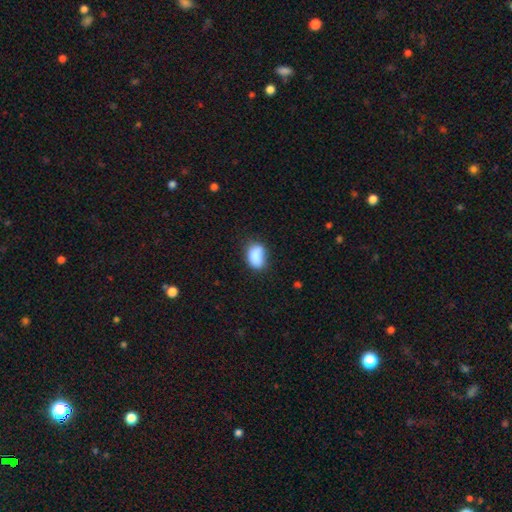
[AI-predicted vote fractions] This appears to be a smooth galaxy with no disk features (86%) that is in between round and cigar-shaped (86%). Merging: none (60%).